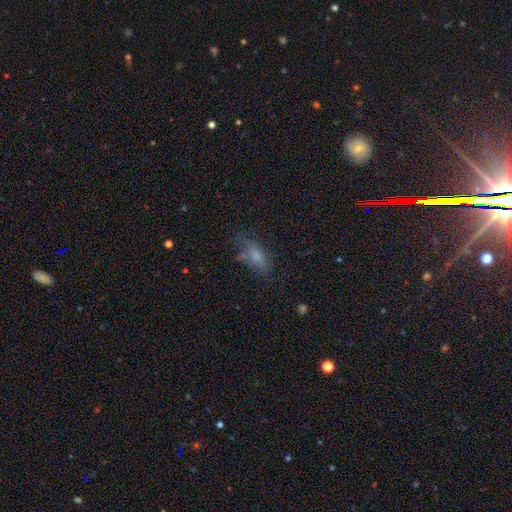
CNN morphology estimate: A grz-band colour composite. It shows a smooth galaxy with no disk features (69%) that is in between round and cigar-shaped (81%). Merging: none (56%).